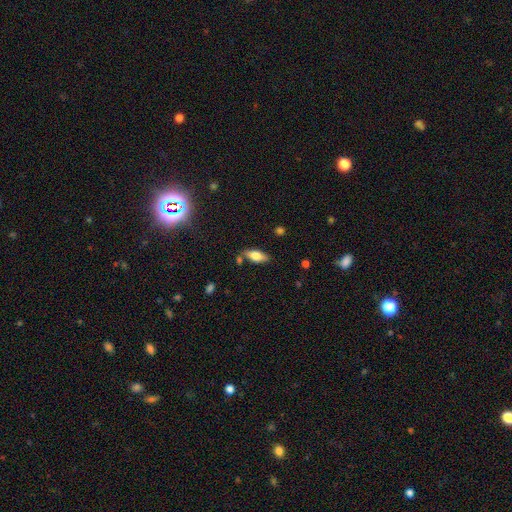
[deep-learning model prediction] Smooth or featured? smooth (67%)
How rounded? in between (79%)
Merging? none (74%)